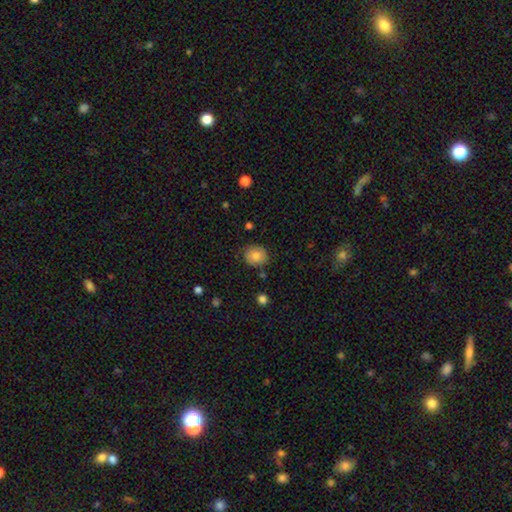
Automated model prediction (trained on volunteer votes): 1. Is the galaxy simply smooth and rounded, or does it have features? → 79% smooth, 13% featured or disk, 9% star or artifact.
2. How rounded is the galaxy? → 81% round, 18% in between, 1% cigar-shaped.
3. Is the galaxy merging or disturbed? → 82% none, 13% minor disturbance, 3% major disturbance, 2% merger.